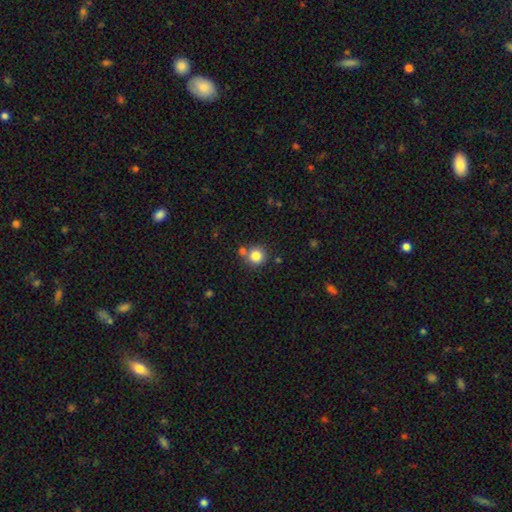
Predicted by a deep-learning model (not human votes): smooth_or_featured: smooth (p=0.83) [alt: star or artifact p=0.11]
how_rounded: round (p=0.92) [alt: in between p=0.07]
merging: none (p=0.70) [alt: merger p=0.17]